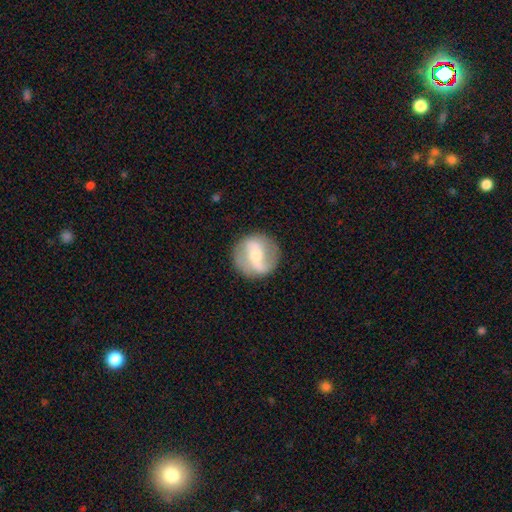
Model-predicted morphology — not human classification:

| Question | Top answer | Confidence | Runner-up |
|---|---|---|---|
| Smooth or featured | featured or disk | 71% | smooth (22%) |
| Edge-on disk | no | 96% | yes (4%) |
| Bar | weak | 40% | strong (36%) |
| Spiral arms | yes | 84% | no (16%) |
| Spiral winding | loose | 46% | medium (38%) |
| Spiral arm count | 2 | 86% | can't tell (6%) |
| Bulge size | small | 48% | moderate (46%) |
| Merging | none | 83% | minor disturbance (11%) |